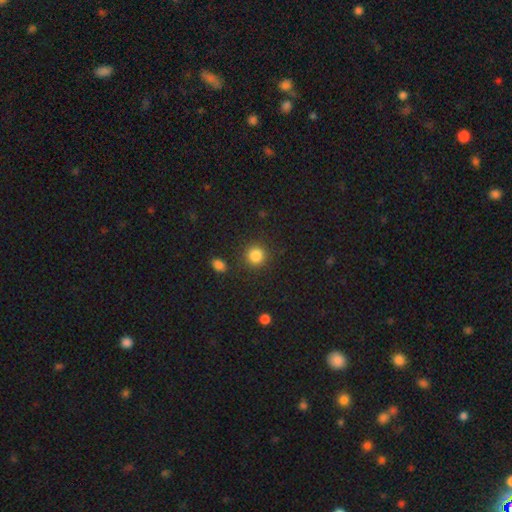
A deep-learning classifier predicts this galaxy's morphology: Q: Smooth or featured?
A: smooth (85%); runner-up: star or artifact (11%)
Q: How rounded?
A: round (91%); runner-up: in between (8%)
Q: Merging?
A: none (87%); runner-up: minor disturbance (7%)